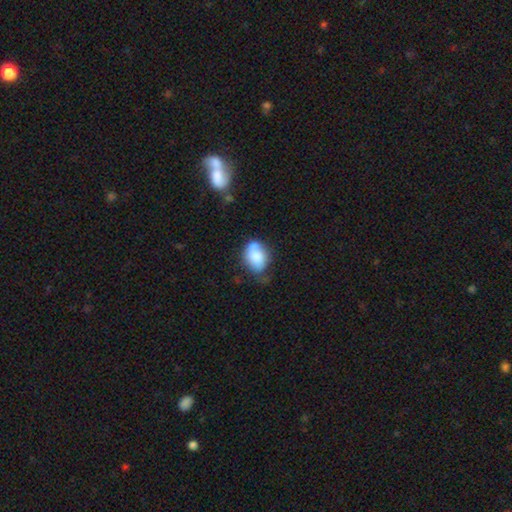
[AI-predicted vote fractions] This is likely a smooth galaxy (71%). How rounded: likely in between (69%). Merging: marginally none (35%).